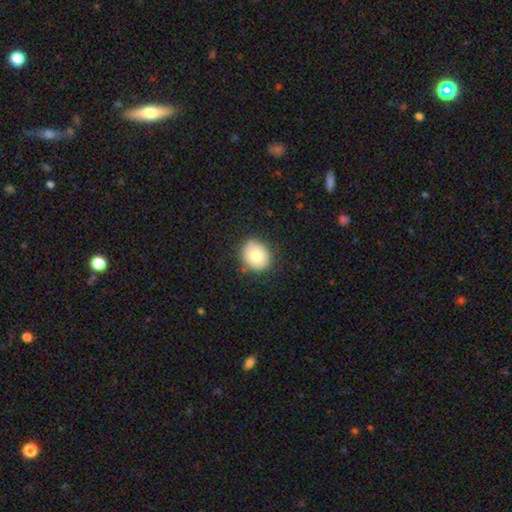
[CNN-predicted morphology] smooth-or-featured: smooth: 77% | featured or disk: 15% | star or artifact: 8%
  how-rounded: round: 66% | in between: 33% | cigar-shaped: 1%
  merging: none: 82% | minor disturbance: 13% | major disturbance: 3% | merger: 1%